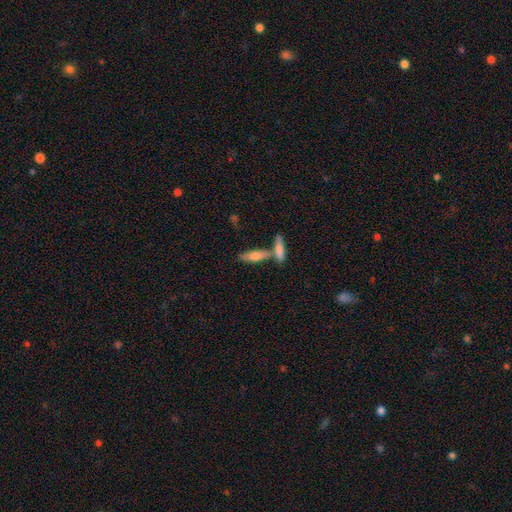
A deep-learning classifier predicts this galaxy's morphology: The model was most divided on "merging": none: 53%, merger: 35%, minor disturbance: 9%, major disturbance: 3%. More confident: how rounded — cigar-shaped (60%); smooth or featured — smooth (56%).